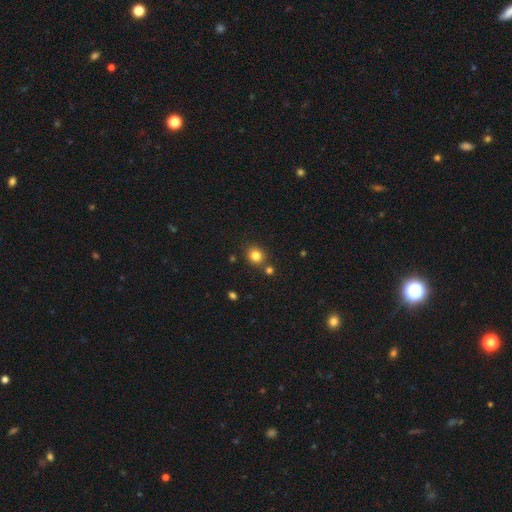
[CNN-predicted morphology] Smooth or featured: smooth — 81% (star or artifact — 13%)
How rounded: round — 78% (in between — 21%)
Merging: none — 78% (merger — 11%)